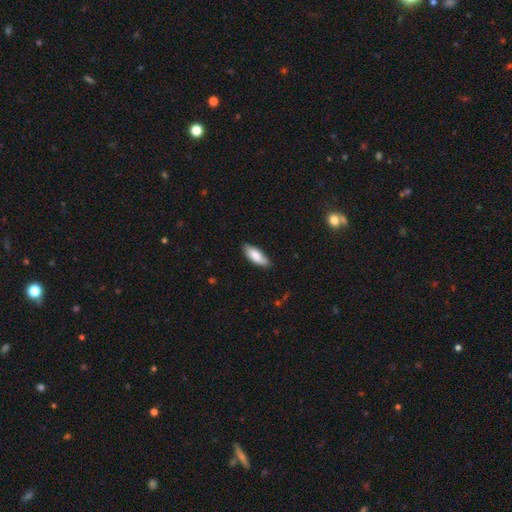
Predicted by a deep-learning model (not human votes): Q: Smooth or featured?
A: smooth (83%); runner-up: featured or disk (11%)
Q: How rounded?
A: in between (72%); runner-up: cigar-shaped (26%)
Q: Merging?
A: none (83%); runner-up: minor disturbance (14%)